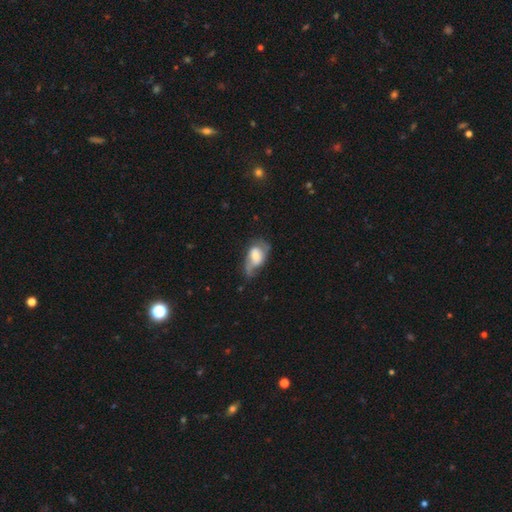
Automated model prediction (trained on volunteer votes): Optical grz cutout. It shows a featured or disk galaxy (52%). Merging: none (35%).